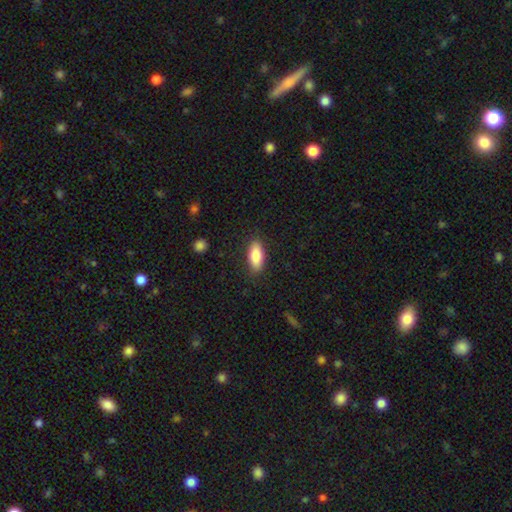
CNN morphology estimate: Smooth or featured: smooth — 85% (featured or disk — 8%)
How rounded: in between — 81% (cigar-shaped — 17%)
Merging: none — 86% (minor disturbance — 10%)